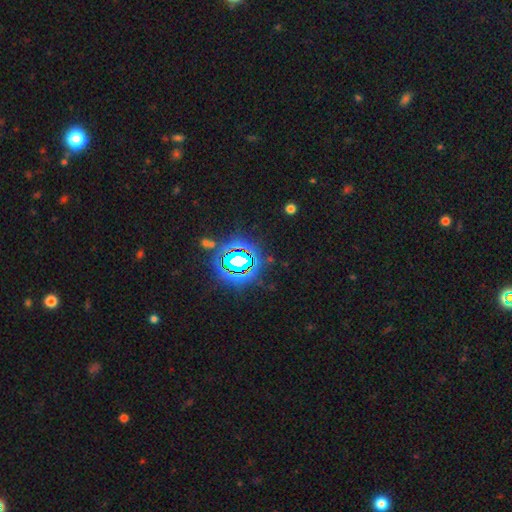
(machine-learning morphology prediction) This appears to be a star or artifact, not a galaxy (83%).